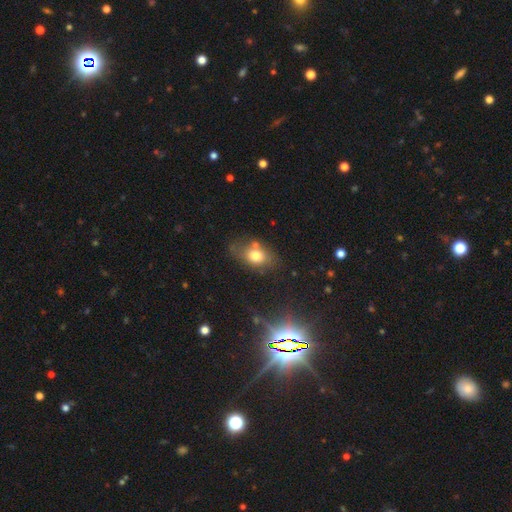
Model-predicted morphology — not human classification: Overall: smooth (73%). How rounded: in between (71%). Merging: none (56%; minor disturbance 22%).